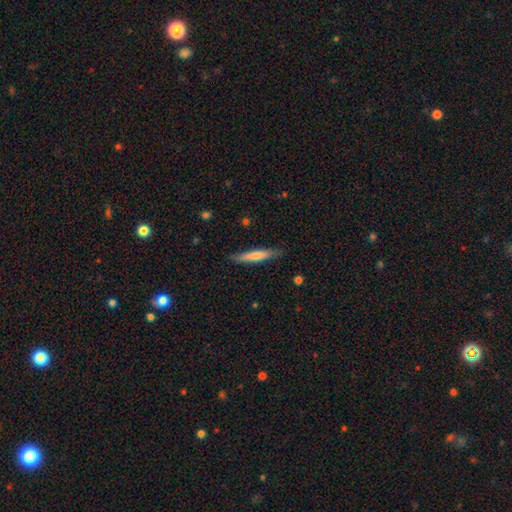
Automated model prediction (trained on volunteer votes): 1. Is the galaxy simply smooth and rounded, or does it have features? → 68% smooth, 27% featured or disk, 5% star or artifact.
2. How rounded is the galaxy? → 92% cigar-shaped, 7% in between, 1% round.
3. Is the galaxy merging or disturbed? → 86% none, 11% minor disturbance, 2% major disturbance, 1% merger.